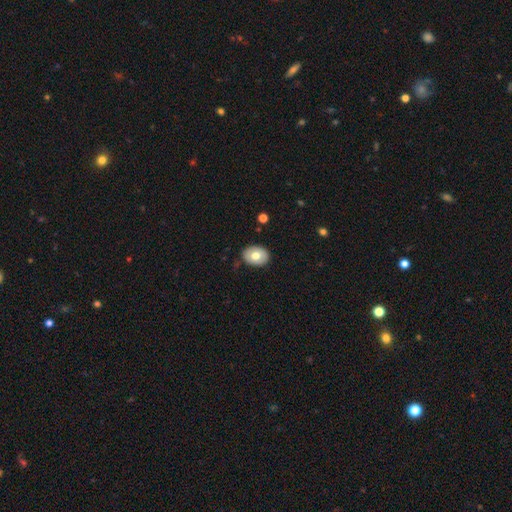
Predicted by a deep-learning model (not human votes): smooth_or_featured: smooth (p=0.71) [alt: featured or disk p=0.22]
how_rounded: in between (p=0.66) [alt: round p=0.33]
merging: none (p=0.86) [alt: minor disturbance p=0.10]